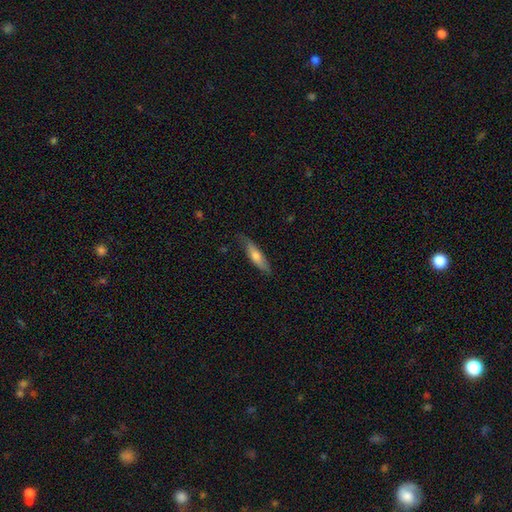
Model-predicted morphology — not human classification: This is likely a smooth galaxy (62%). How rounded: likely cigar-shaped (73%). Merging: likely none (77%).